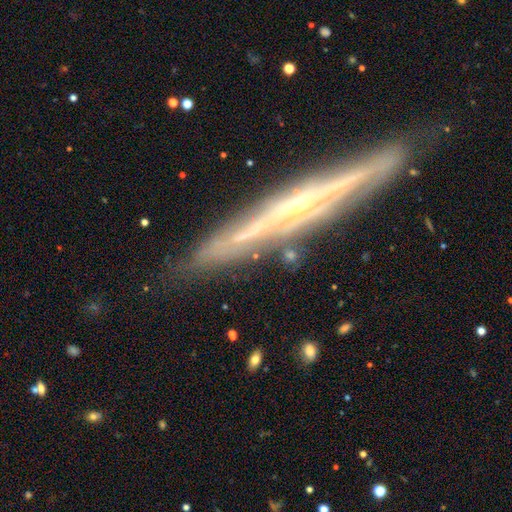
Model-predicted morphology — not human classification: Overall: featured or disk (69%). Edge-on disk: yes (85%). Edge-on bulge: none (50%; rounded 40%). Merging: none (76%).